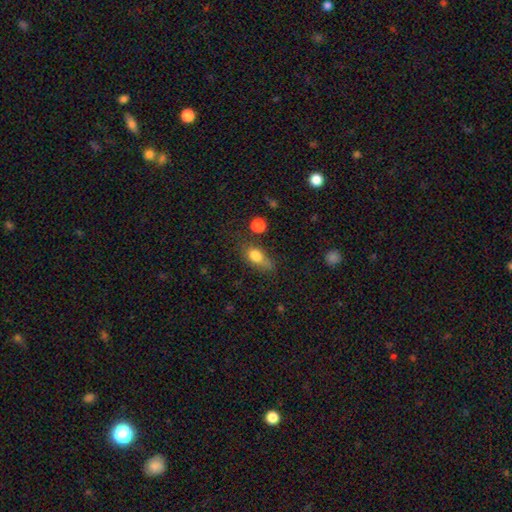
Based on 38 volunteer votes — A smooth galaxy with no disk features (74%) that is in between round and cigar-shaped (75%).

Vote fractions:
- Smooth or featured? smooth: 74% / featured or disk: 21% / star or artifact: 5%
- How rounded? in between: 75% / cigar-shaped: 18% / round: 7%
- Merging? none: 50% / minor disturbance: 31% / major disturbance: 14% / merger: 6%